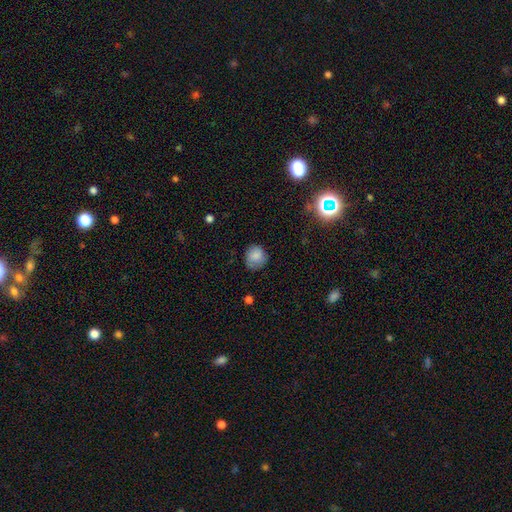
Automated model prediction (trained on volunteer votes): Q: Smooth or featured?
A: smooth (83%); runner-up: star or artifact (9%)
Q: How rounded?
A: round (83%); runner-up: in between (16%)
Q: Merging?
A: none (73%); runner-up: minor disturbance (20%)